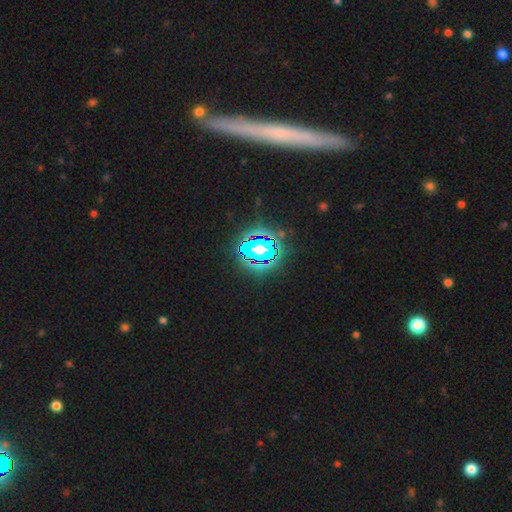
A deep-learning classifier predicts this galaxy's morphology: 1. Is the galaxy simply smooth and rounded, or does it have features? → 64% star or artifact, 19% smooth, 16% featured or disk.